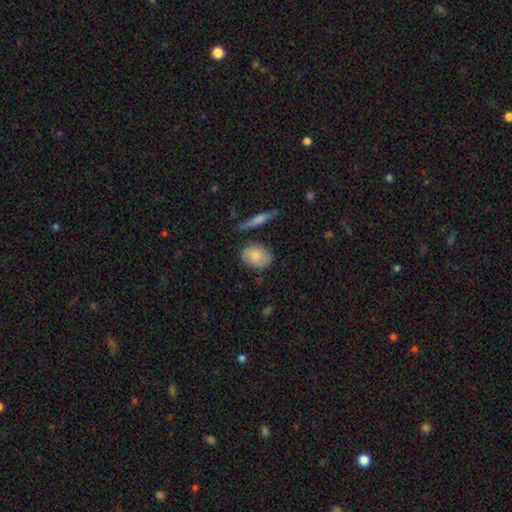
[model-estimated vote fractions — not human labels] This is likely a smooth galaxy (66%). How rounded: likely in between (63%). Merging: likely none (70%).